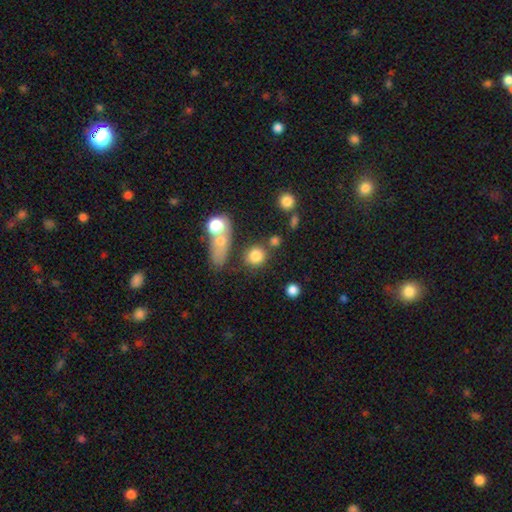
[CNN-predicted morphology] smooth 80%, star or artifact 12%, featured or disk 8%. Down the decision tree: how rounded — round (82%); merging — none (64%).